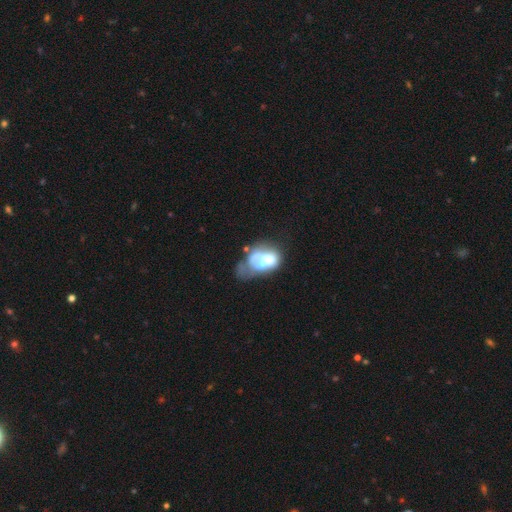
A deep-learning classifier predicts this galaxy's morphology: Smooth or featured: featured or disk — 47% (smooth — 42%)
Merging: merger — 34% (major disturbance — 33%)